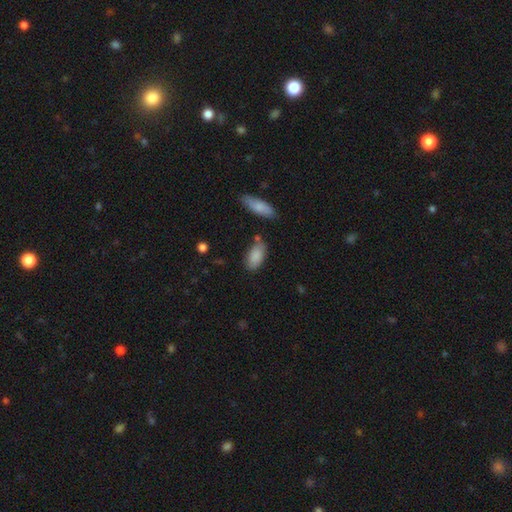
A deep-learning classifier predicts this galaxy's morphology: This appears to be a smooth galaxy with no disk features (86%) that is in between round and cigar-shaped (92%). Merging: none (72%).